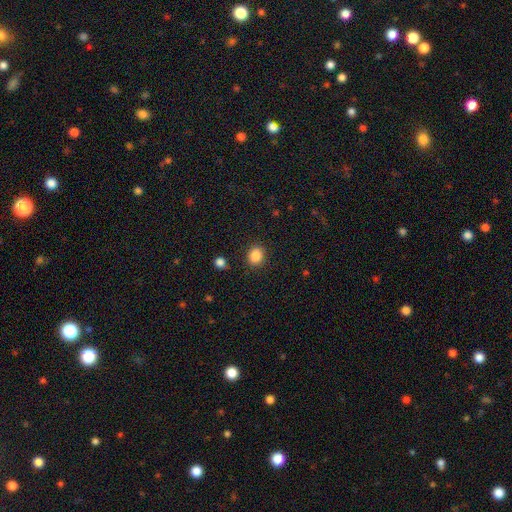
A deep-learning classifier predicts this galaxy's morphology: Smooth or featured? Predicted: smooth (p=0.87). How rounded? Predicted: round (p=0.71). Merging? Predicted: none (p=0.87).